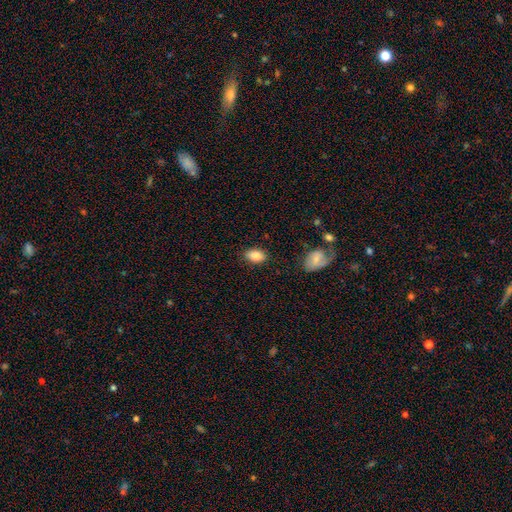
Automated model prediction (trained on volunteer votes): Morphology: type=smooth (87%); roundness=in between (89%); merging=none (83%).